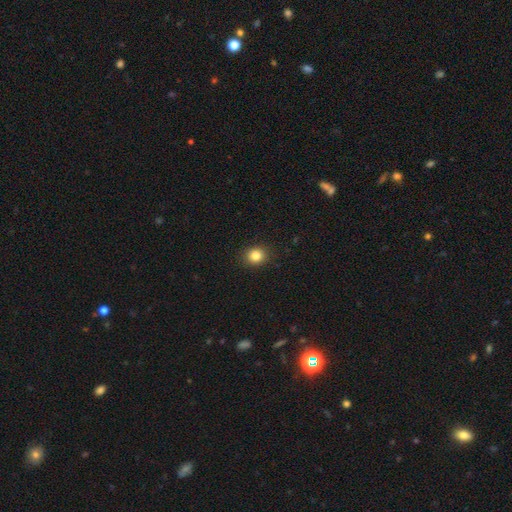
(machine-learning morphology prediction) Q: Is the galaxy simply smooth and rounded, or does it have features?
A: smooth — 84%.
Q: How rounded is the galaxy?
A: round — 72%.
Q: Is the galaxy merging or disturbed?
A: none — 91%.